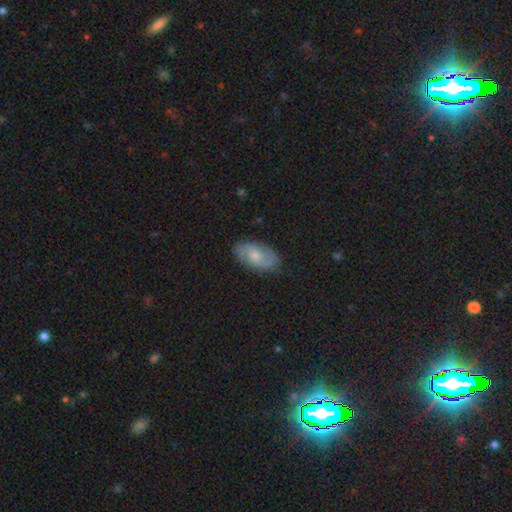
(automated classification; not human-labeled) Smooth or featured: featured or disk — 55% (smooth — 38%)
Edge-on disk: no — 95% (yes — 5%)
Bar: no — 72% (weak — 25%)
Spiral arms: yes — 85% (no — 15%)
Bulge size: small — 56% (moderate — 38%)
Merging: none — 80% (minor disturbance — 15%)